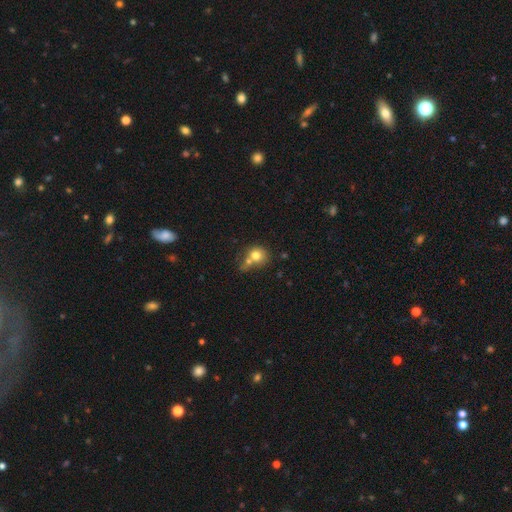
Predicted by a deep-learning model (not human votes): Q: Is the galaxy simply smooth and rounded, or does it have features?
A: smooth — 75%.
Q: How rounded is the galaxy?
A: round — 77%.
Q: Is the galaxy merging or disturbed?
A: merger — 45%.